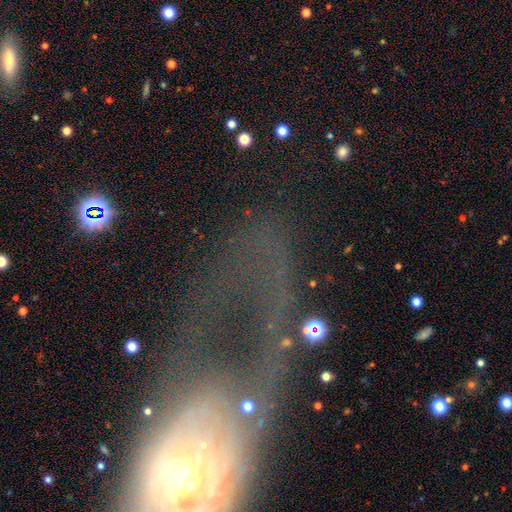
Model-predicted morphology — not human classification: Smooth or featured?
  - featured or disk: 40% * (tied)
  - star or artifact: 40% * (tied)
  - smooth: 20%
Merging?
  - none: 55% *
  - major disturbance: 19%
  - minor disturbance: 14%
  - merger: 11%